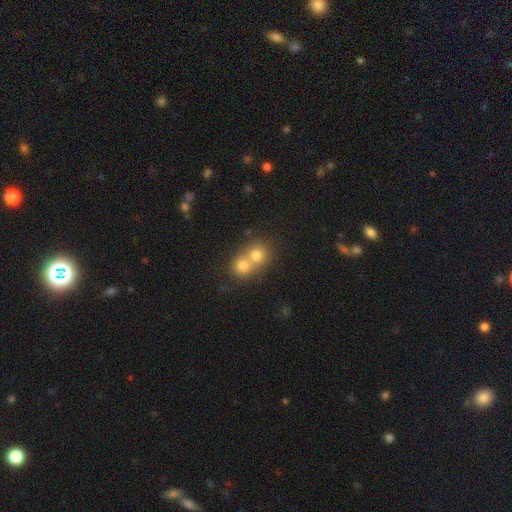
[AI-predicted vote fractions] Smooth or featured? smooth (69%)
How rounded? round (82%)
Merging? merger (61%)